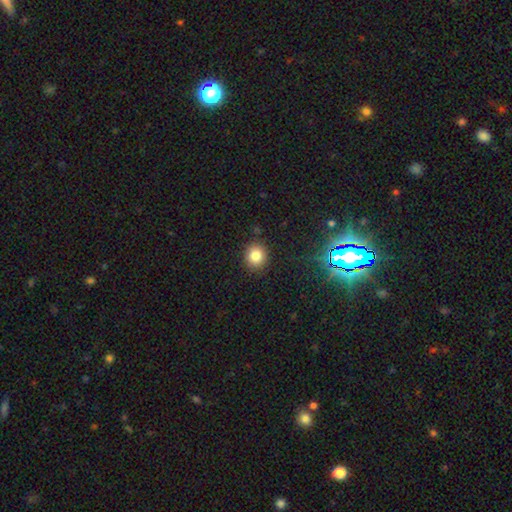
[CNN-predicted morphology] Smooth or featured? Predicted: smooth (p=0.82). How rounded? Predicted: round (p=0.84). Merging? Predicted: none (p=0.89).